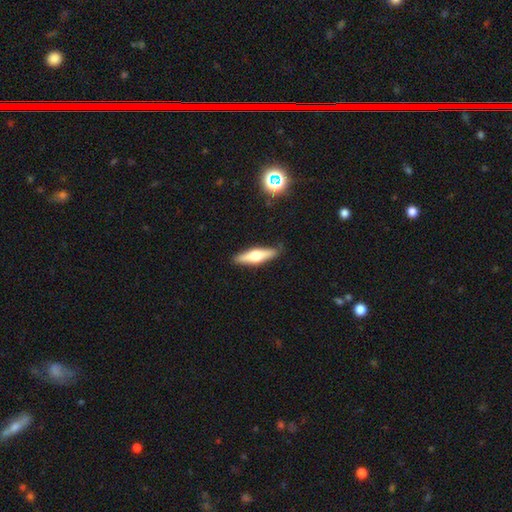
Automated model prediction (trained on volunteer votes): A featured or disk galaxy (53%) viewed edge-on (94%). Merging: none (88%).